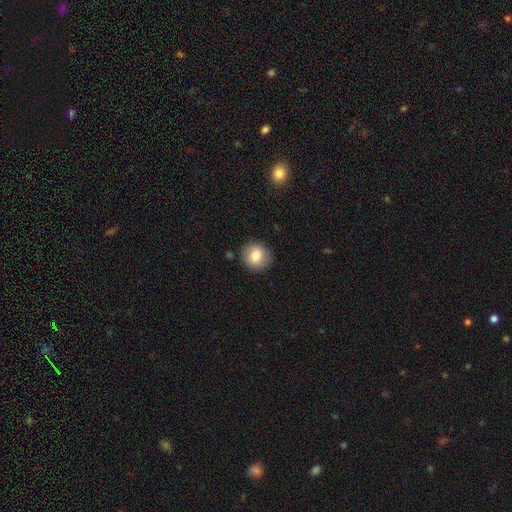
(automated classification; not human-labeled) A smooth galaxy with no disk features (77%) that is round (89%). Merging: none (89%).